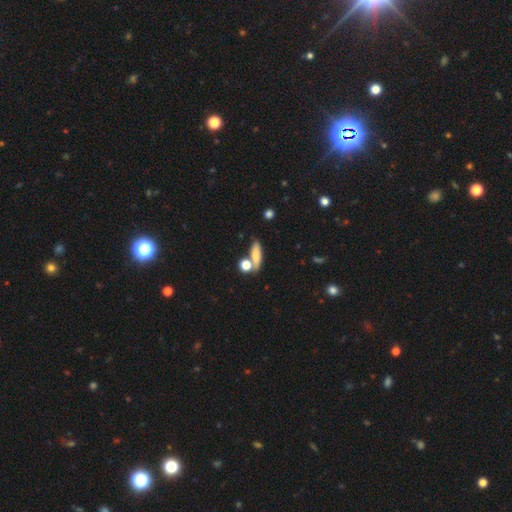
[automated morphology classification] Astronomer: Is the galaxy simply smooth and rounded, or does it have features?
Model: smooth — 73%.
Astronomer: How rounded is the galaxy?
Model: in between — 45% (runner-up: cigar-shaped, 41%).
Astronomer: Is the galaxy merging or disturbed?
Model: none — 56%.